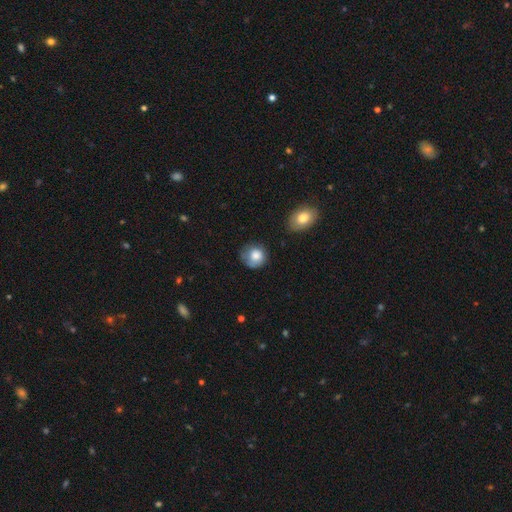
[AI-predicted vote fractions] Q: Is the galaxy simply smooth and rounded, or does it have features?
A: smooth — 79%.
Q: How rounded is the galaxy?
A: round — 85%.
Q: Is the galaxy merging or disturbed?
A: none — 64%.